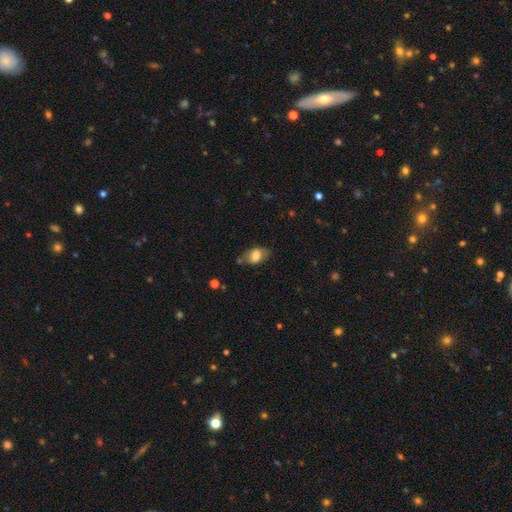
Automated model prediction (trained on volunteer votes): This appears to be a smooth galaxy with no disk features (72%) that is in between round and cigar-shaped (86%). Merging: none (59%).